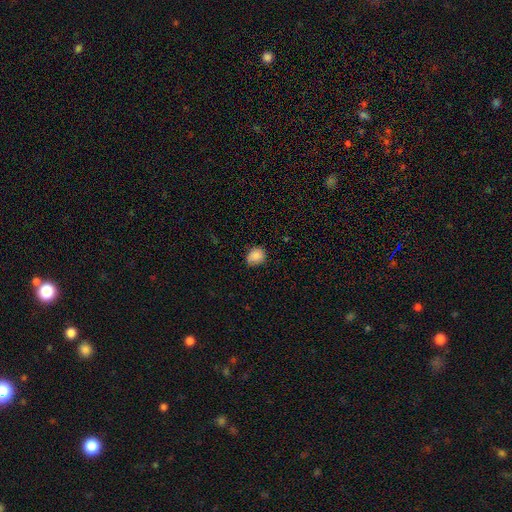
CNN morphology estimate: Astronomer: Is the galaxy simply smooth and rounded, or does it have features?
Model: smooth — 85%.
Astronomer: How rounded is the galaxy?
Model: round — 60% (runner-up: in between, 39%).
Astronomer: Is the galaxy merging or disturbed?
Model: none — 69%.